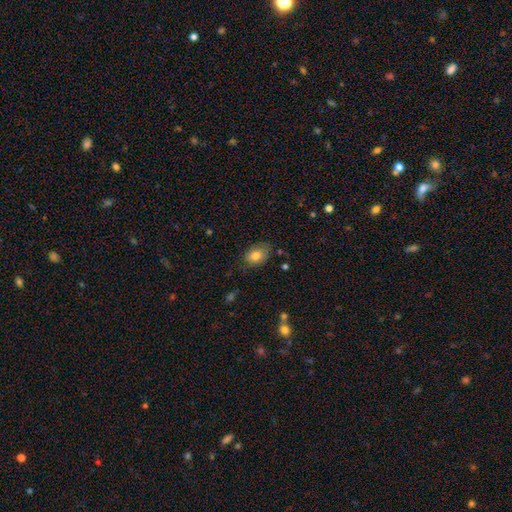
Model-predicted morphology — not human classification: Smooth or featured?
  - smooth: 81% *
  - featured or disk: 11%
  - star or artifact: 8%
How rounded?
  - in between: 78% *
  - round: 21%
  - cigar-shaped: 1%
Merging?
  - none: 70% *
  - minor disturbance: 23%
  - major disturbance: 5%
  - merger: 2%